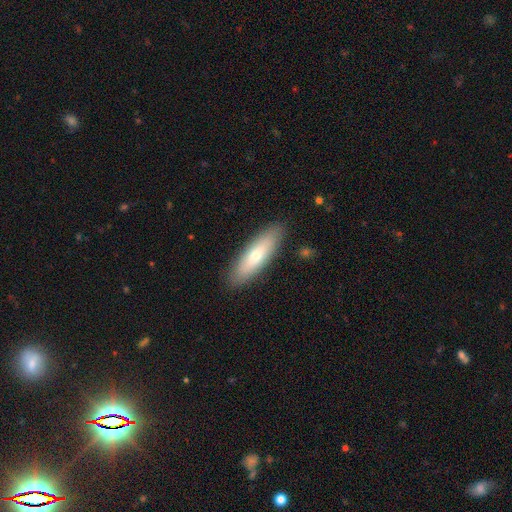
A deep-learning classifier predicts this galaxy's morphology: A smooth galaxy with no disk features (68%) that is cigar-shaped (56%). Merging: none (88%).